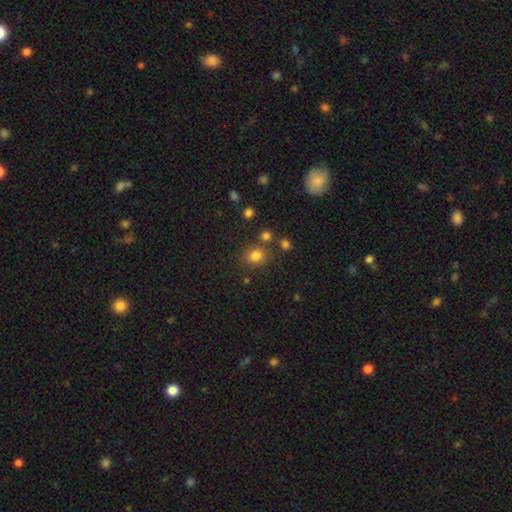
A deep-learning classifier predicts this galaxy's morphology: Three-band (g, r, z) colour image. It shows a smooth galaxy with no disk features (80%) that is round (59%). Merging: none (74%).